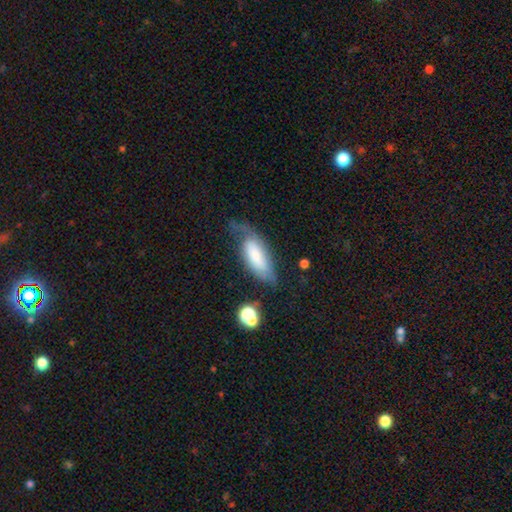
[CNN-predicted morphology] Q: Smooth or featured?
A: smooth (58%); runner-up: featured or disk (34%)
Q: How rounded?
A: in between (77%); runner-up: cigar-shaped (21%)
Q: Merging?
A: none (40%); runner-up: minor disturbance (31%)